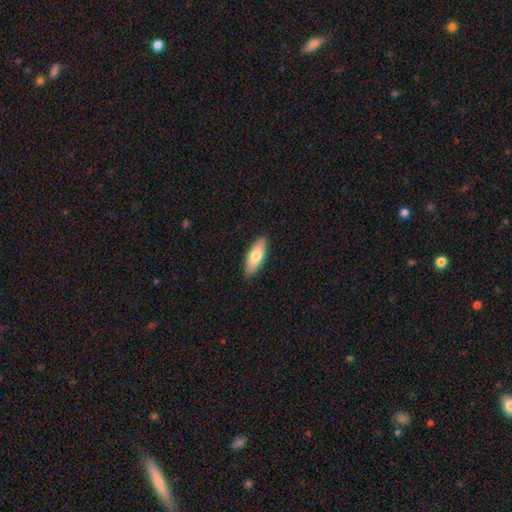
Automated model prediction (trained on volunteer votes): Smooth or featured? smooth (73%)
How rounded? in between (71%)
Merging? none (88%)